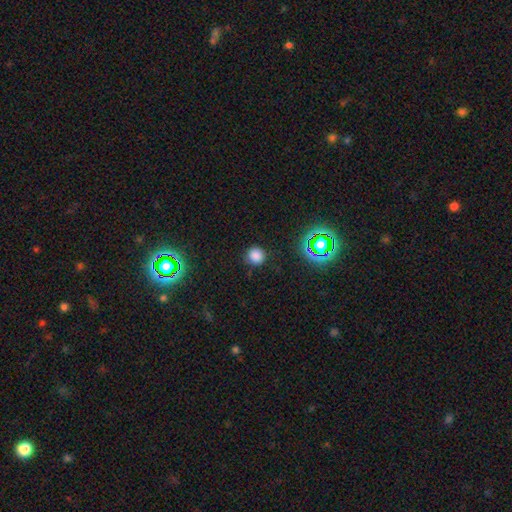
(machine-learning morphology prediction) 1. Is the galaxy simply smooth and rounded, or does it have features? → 77% smooth, 18% star or artifact, 5% featured or disk.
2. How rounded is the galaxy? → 91% round, 8% in between, 1% cigar-shaped.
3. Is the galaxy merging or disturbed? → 86% none, 10% minor disturbance, 3% major disturbance, 2% merger.